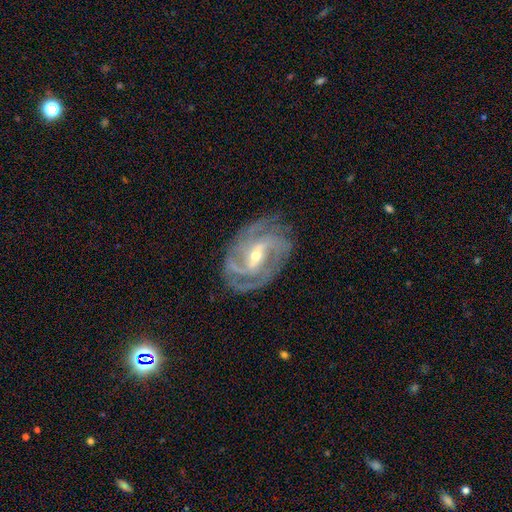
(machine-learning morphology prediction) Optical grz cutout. It shows a featured or disk galaxy (91%) with a strong bar (46%), 3 (34%) tight (53%) spiral arms (98%) and a small central bulge (52%). Merging: none (76%).